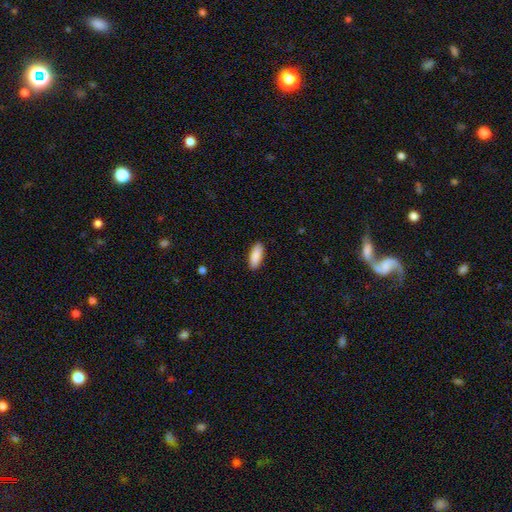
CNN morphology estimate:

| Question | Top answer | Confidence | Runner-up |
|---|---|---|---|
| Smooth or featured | smooth | 89% | star or artifact (6%) |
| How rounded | in between | 78% | cigar-shaped (21%) |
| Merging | none | 90% | minor disturbance (7%) |